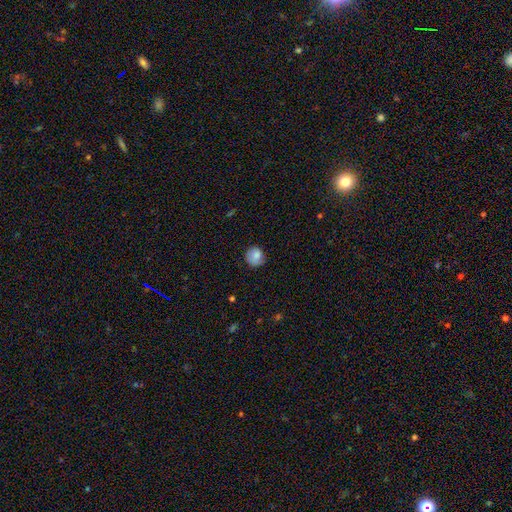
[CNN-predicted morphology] Q: Smooth or featured?
A: smooth (82%); runner-up: featured or disk (9%)
Q: How rounded?
A: round (86%); runner-up: in between (13%)
Q: Merging?
A: none (73%); runner-up: minor disturbance (21%)